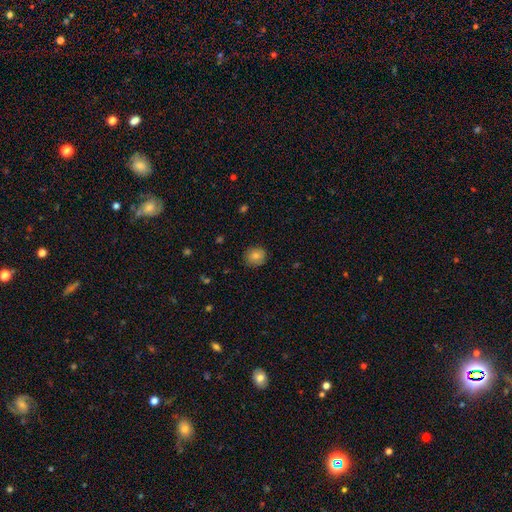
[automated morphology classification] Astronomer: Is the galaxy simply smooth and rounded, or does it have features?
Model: smooth — 79%.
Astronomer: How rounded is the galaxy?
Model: round — 83%.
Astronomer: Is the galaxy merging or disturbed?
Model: none — 84%.